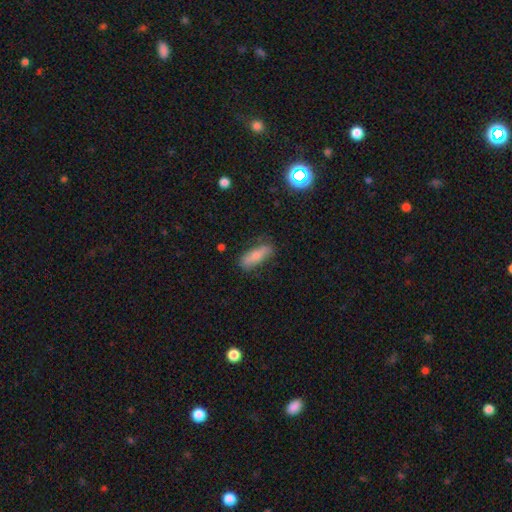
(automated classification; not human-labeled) Q: Smooth or featured?
A: smooth (71%); runner-up: featured or disk (22%)
Q: How rounded?
A: in between (63%); runner-up: cigar-shaped (34%)
Q: Merging?
A: none (75%); runner-up: minor disturbance (19%)